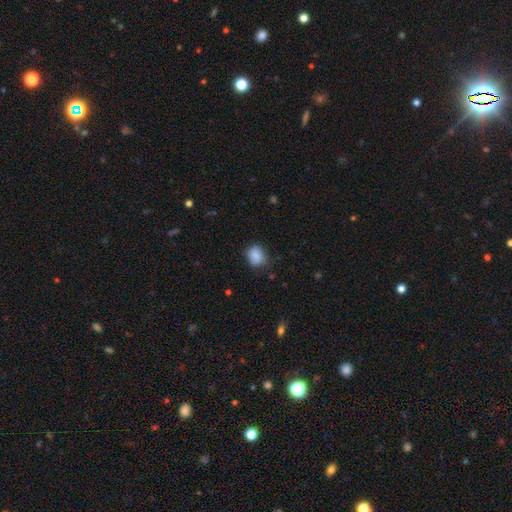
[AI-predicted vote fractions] Smooth or featured?
  - smooth: 86% *
  - star or artifact: 8%
  - featured or disk: 5%
How rounded?
  - round: 53% *
  - in between: 46%
  - cigar-shaped: 1%
Merging?
  - none: 69% *
  - minor disturbance: 24%
  - major disturbance: 6%
  - merger: 2%